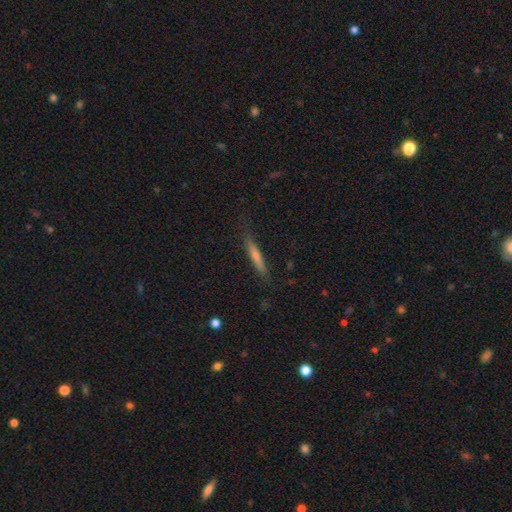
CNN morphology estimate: A smooth galaxy with no disk features (57%) that is cigar-shaped (94%).

Vote fractions:
- Smooth or featured? smooth: 57% / featured or disk: 35% / star or artifact: 8%
- How rounded? cigar-shaped: 94% / in between: 4% / round: 2%
- Merging? none: 83% / minor disturbance: 13% / major disturbance: 3% / merger: 1%